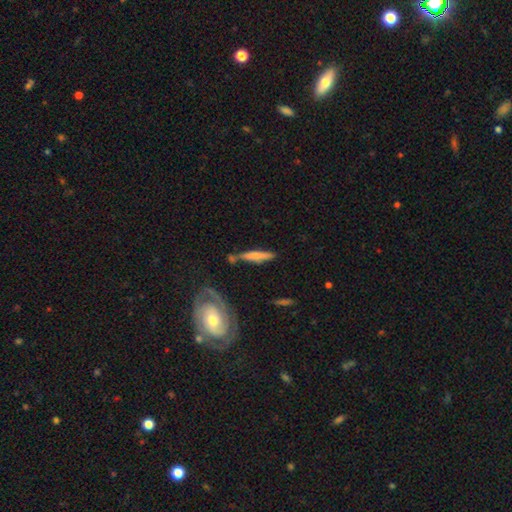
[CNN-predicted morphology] This appears to be a smooth galaxy with no disk features (58%) that is cigar-shaped (88%). Merging: none (60%).